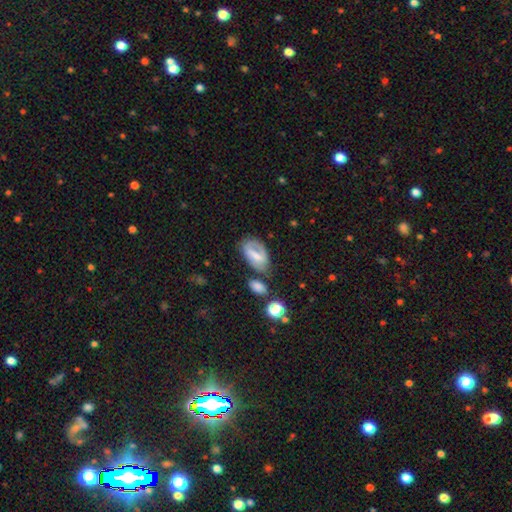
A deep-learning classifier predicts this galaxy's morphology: smooth-or-featured: featured or disk: 49% | smooth: 43% | star or artifact: 9%
  merging: none: 52% | minor disturbance: 24% | major disturbance: 13% | merger: 11%